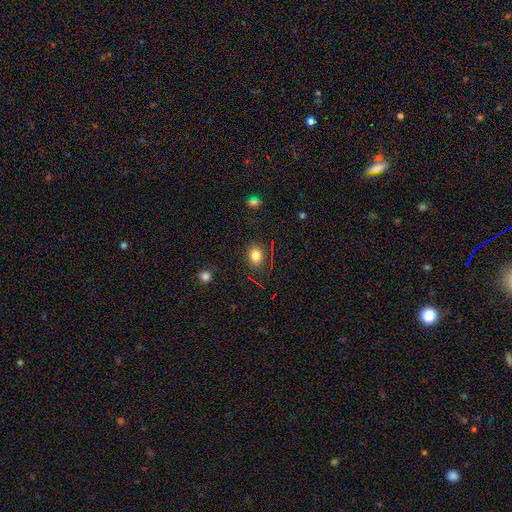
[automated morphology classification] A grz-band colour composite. It shows a smooth galaxy with no disk features (79%) that is round (53%). Merging: none (85%).